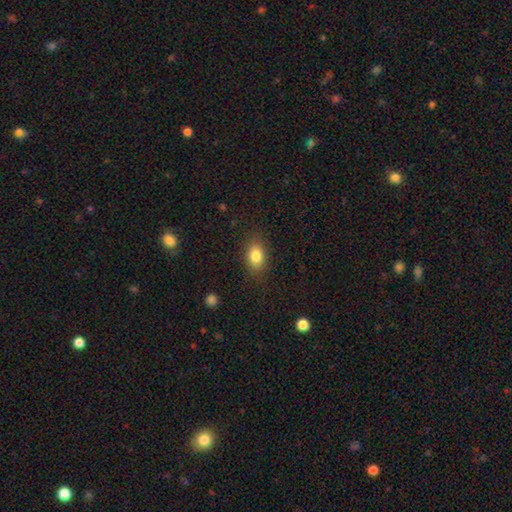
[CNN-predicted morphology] Smooth or featured? smooth (83%)
How rounded? in between (79%)
Merging? none (84%)